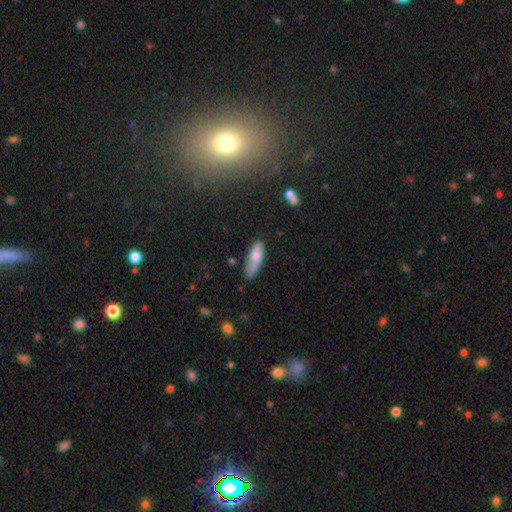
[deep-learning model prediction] Q: Smooth or featured?
A: smooth (71%); runner-up: featured or disk (23%)
Q: How rounded?
A: cigar-shaped (49%); runner-up: in between (48%)
Q: Merging?
A: none (61%); runner-up: minor disturbance (27%)